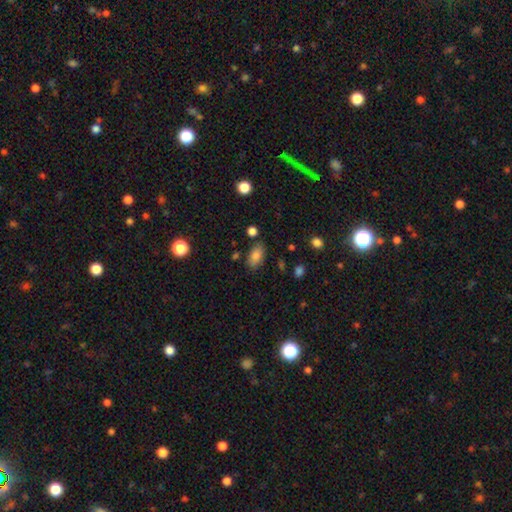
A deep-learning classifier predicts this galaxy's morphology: Smooth or featured?
  - smooth: 83% *
  - star or artifact: 9%
  - featured or disk: 8%
How rounded?
  - in between: 91% *
  - round: 5%
  - cigar-shaped: 4%
Merging?
  - none: 81% *
  - minor disturbance: 12%
  - merger: 4%
  - major disturbance: 3%